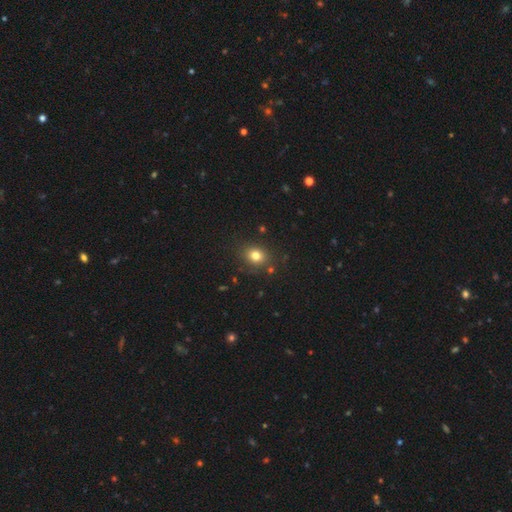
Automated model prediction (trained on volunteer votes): A smooth galaxy with no disk features (79%) that is round (56%). Merging: none (83%).